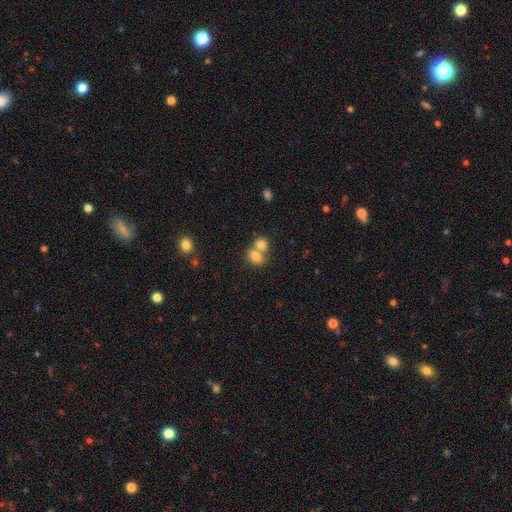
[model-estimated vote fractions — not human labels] smooth_or_featured: smooth (p=0.77) [alt: featured or disk p=0.12]
how_rounded: in between (p=0.52) [alt: round p=0.46]
merging: merger (p=0.62) [alt: none p=0.28]